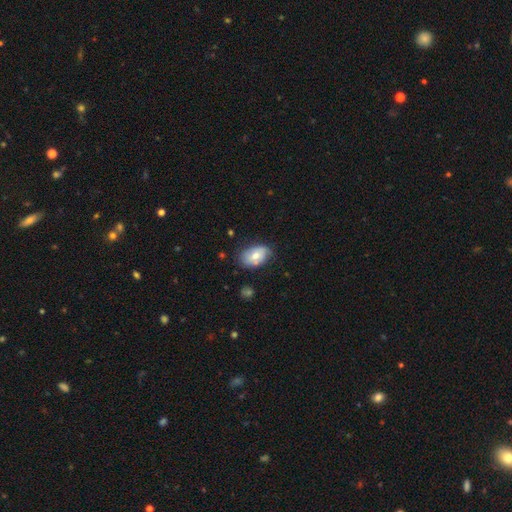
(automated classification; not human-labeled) smooth_or_featured: smooth (p=0.64) [alt: featured or disk p=0.28]
how_rounded: in between (p=0.88) [alt: round p=0.10]
merging: none (p=0.69) [alt: minor disturbance p=0.23]